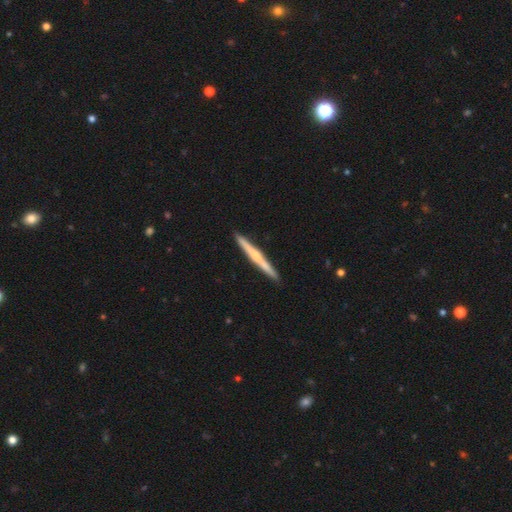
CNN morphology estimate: Overall: featured or disk (63%; smooth 32%). Edge-on disk: yes (98%). Edge-on bulge: rounded (65%; none 27%). Merging: none (92%).